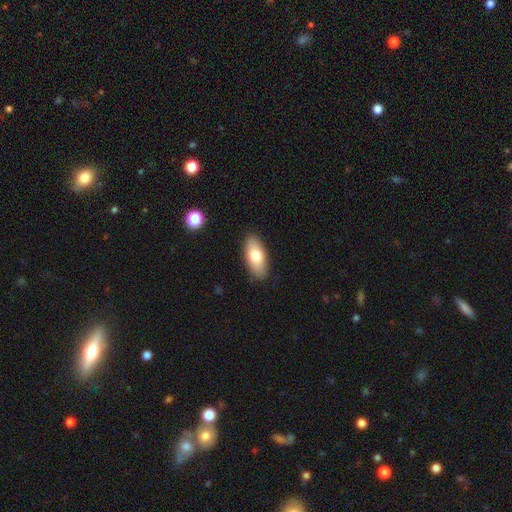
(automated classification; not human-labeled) The model was most divided on "smooth or featured": smooth: 75%, featured or disk: 19%, star or artifact: 6%. More confident: merging — none (88%); how rounded — in between (86%).